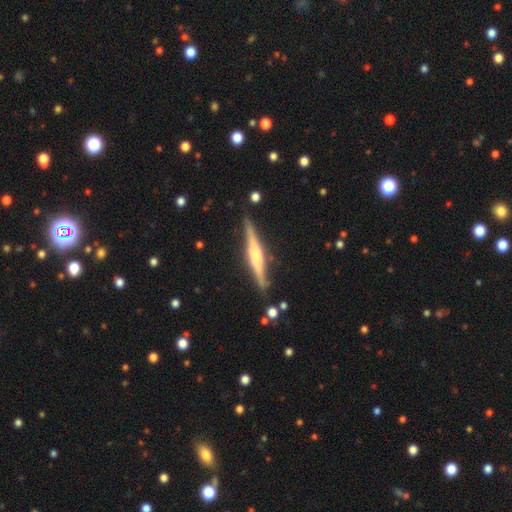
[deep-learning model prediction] Q: Smooth or featured?
A: featured or disk (69%); runner-up: smooth (25%)
Q: Edge-on disk?
A: yes (97%); runner-up: no (3%)
Q: Edge-on bulge?
A: rounded (65%); runner-up: boxy (23%)
Q: Merging?
A: none (85%); runner-up: minor disturbance (11%)